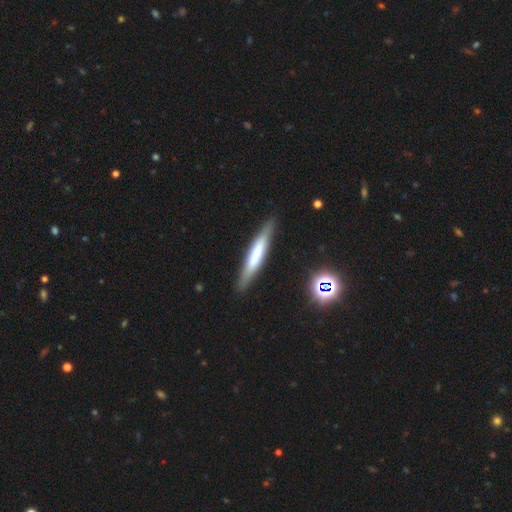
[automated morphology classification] Smooth or featured? Predicted: featured or disk (p=0.47). Merging? Predicted: none (p=0.87).